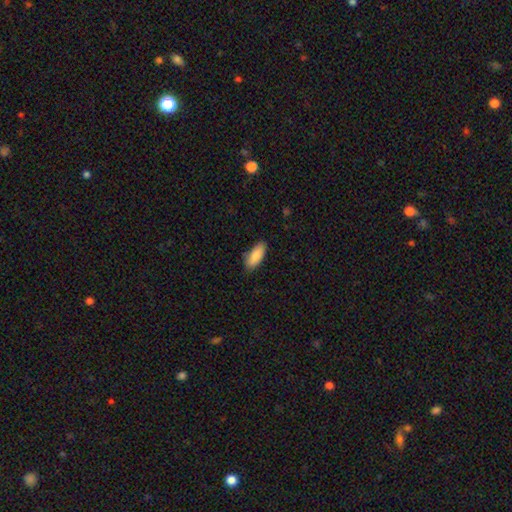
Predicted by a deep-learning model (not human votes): smooth-or-featured: smooth: 88% | featured or disk: 7% | star or artifact: 6%
  how-rounded: in between: 83% | cigar-shaped: 16% | round: 2%
  merging: none: 82% | minor disturbance: 14% | major disturbance: 2% | merger: 1%